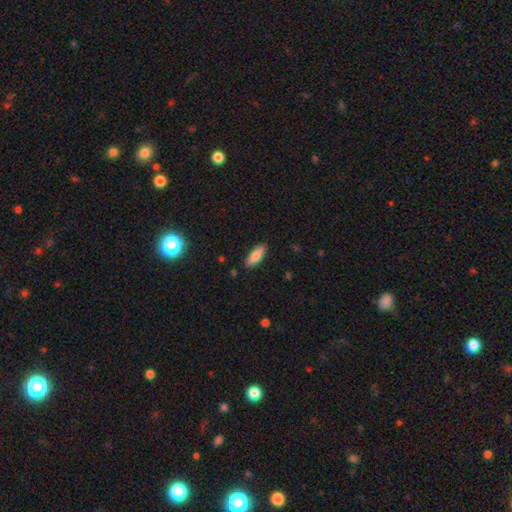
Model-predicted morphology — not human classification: Smooth or featured?
  - smooth: 81% *
  - featured or disk: 12%
  - star or artifact: 7%
How rounded?
  - in between: 67% *
  - cigar-shaped: 31%
  - round: 2%
Merging?
  - none: 88% *
  - minor disturbance: 9%
  - major disturbance: 2%
  - merger: 1%